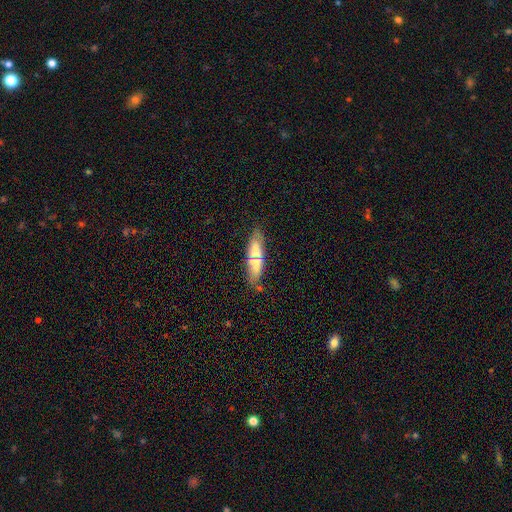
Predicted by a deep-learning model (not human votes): Q: Smooth or featured?
A: smooth (58%); runner-up: featured or disk (33%)
Q: How rounded?
A: cigar-shaped (62%); runner-up: in between (36%)
Q: Merging?
A: none (77%); runner-up: minor disturbance (15%)